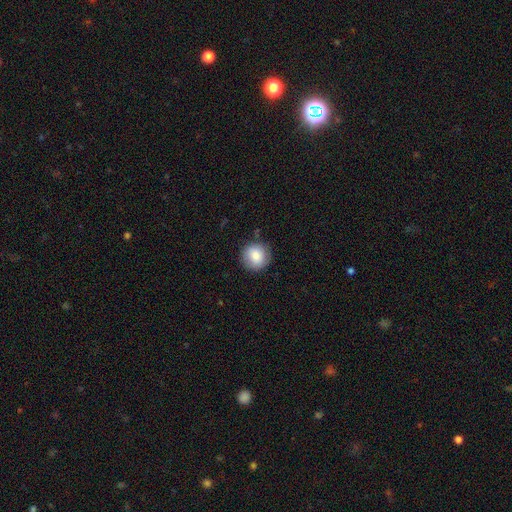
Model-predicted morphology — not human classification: A smooth galaxy with no disk features (83%) that is round (93%).

Vote fractions:
- Smooth or featured? smooth: 83% / featured or disk: 10% / star or artifact: 8%
- How rounded? round: 93% / in between: 6% / cigar-shaped: 1%
- Merging? none: 84% / minor disturbance: 12% / major disturbance: 3% / merger: 1%